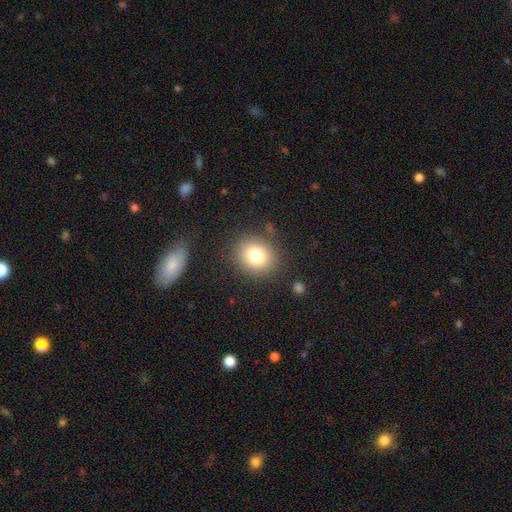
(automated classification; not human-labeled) smooth 78%, star or artifact 12%, featured or disk 10%. Down the decision tree: how rounded — round (80%); merging — none (85%).